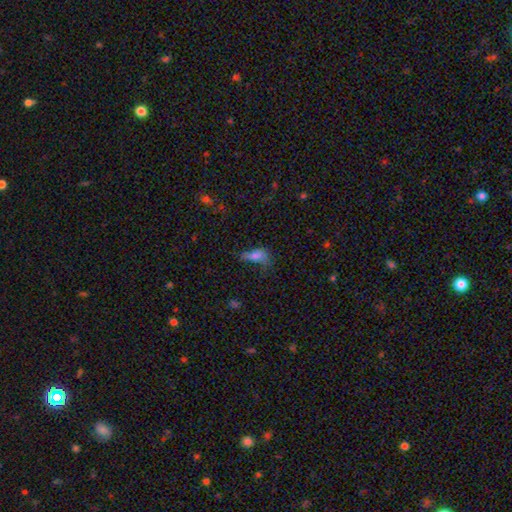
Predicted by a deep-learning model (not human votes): Smooth or featured? smooth (67%)
How rounded? in between (73%)
Merging? major disturbance (41%)